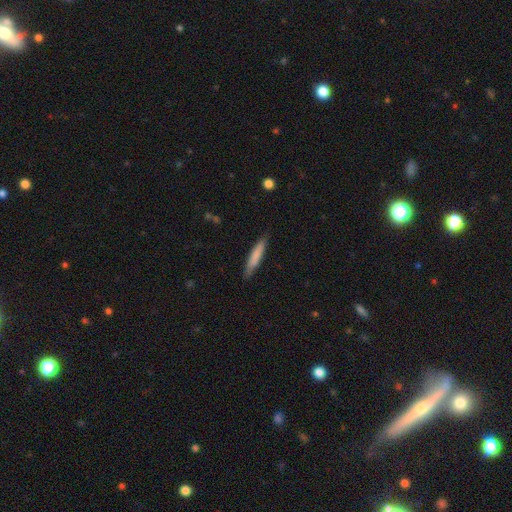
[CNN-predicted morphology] A smooth galaxy with no disk features (77%) that is cigar-shaped (92%).

Vote fractions:
- Smooth or featured? smooth: 77% / featured or disk: 18% / star or artifact: 6%
- How rounded? cigar-shaped: 92% / in between: 7% / round: 1%
- Merging? none: 86% / minor disturbance: 11% / major disturbance: 2% / merger: 1%